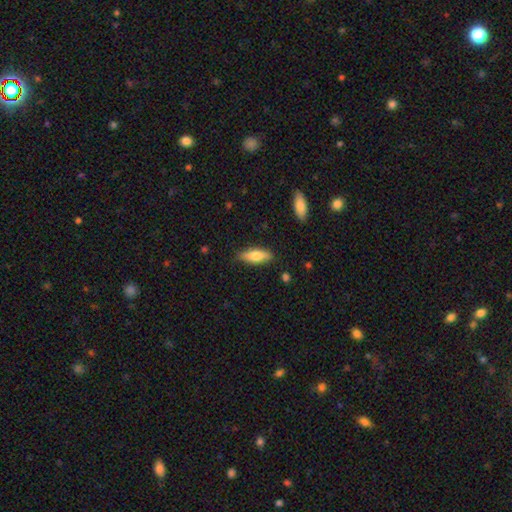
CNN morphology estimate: Smooth or featured: smooth — 67% (featured or disk — 27%)
How rounded: in between — 55% (cigar-shaped — 43%)
Merging: none — 84% (minor disturbance — 12%)